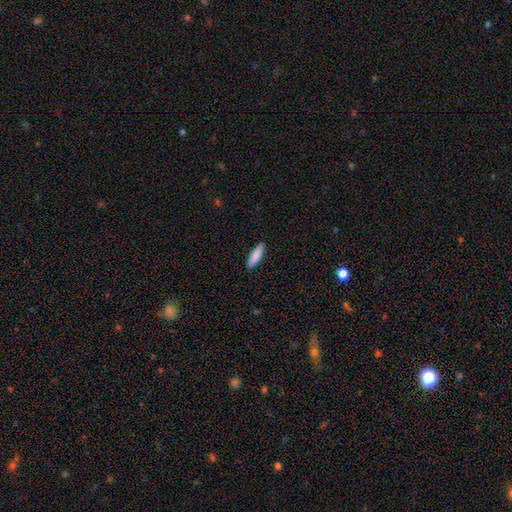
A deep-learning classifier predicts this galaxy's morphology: smooth 87%, featured or disk 8%, star or artifact 6%. Down the decision tree: how rounded — cigar-shaped (54%); merging — none (90%).